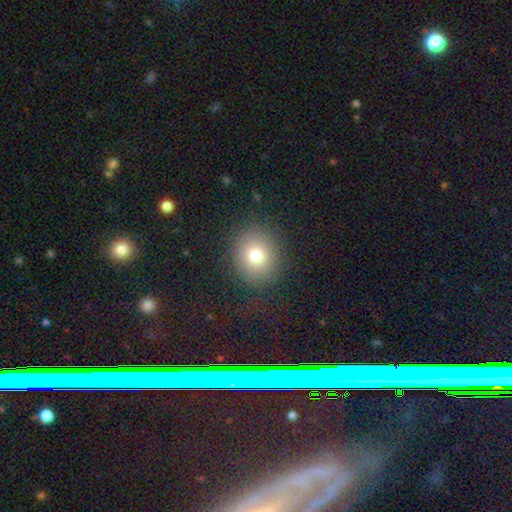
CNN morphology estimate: type=smooth (76%); roundness=round (81%); merging=none (85%).